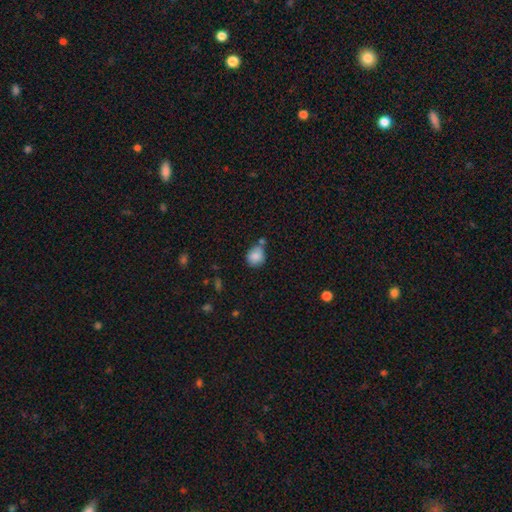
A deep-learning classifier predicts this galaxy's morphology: This appears to be a smooth galaxy with no disk features (84%) that is round (73%). Merging: none (56%).